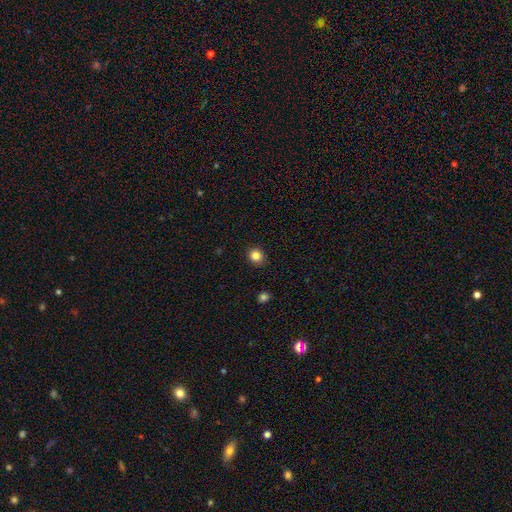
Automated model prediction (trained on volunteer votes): Morphology: type=smooth (84%); roundness=round (79%); merging=none (90%).